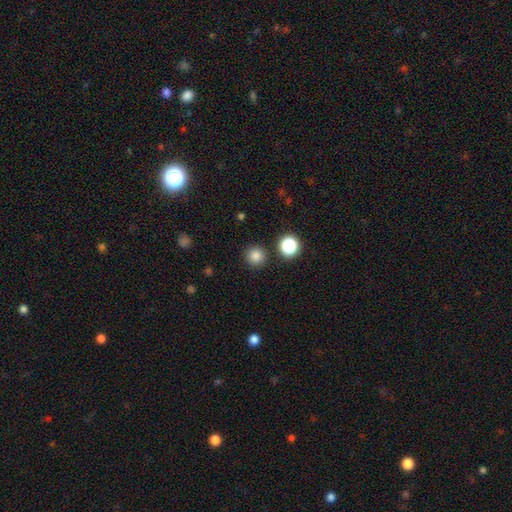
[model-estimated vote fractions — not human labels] Q: Smooth or featured?
A: smooth (83%); runner-up: star or artifact (13%)
Q: How rounded?
A: round (95%); runner-up: in between (4%)
Q: Merging?
A: none (90%); runner-up: minor disturbance (5%)